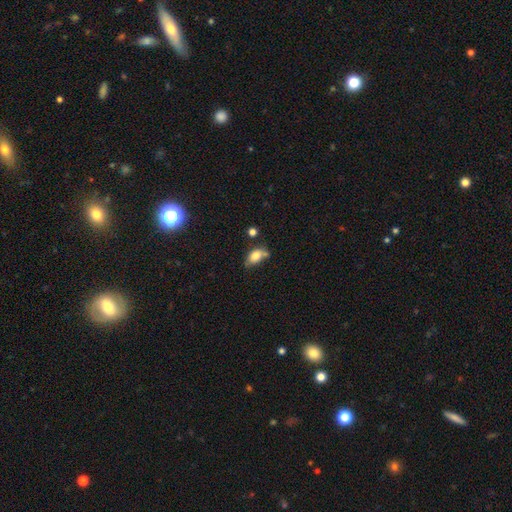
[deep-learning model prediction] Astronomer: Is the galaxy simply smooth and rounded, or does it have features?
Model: smooth — 76%.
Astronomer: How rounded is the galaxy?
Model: in between — 86%.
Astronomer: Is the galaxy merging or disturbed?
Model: none — 42% (runner-up: minor disturbance, 28%).